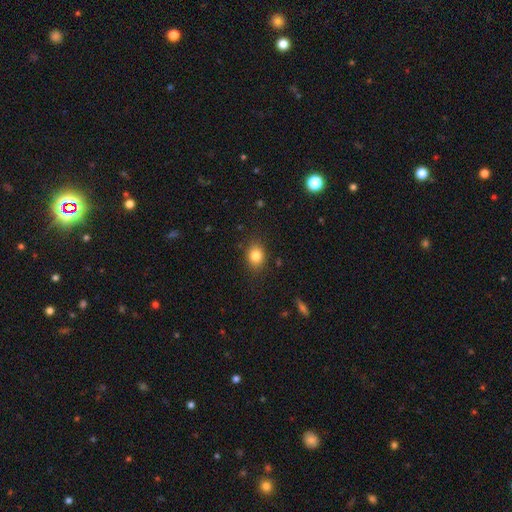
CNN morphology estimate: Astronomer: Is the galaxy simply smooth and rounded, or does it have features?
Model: smooth — 83%.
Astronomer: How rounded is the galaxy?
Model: in between — 54% (runner-up: round, 45%).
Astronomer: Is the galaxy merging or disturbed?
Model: none — 85%.